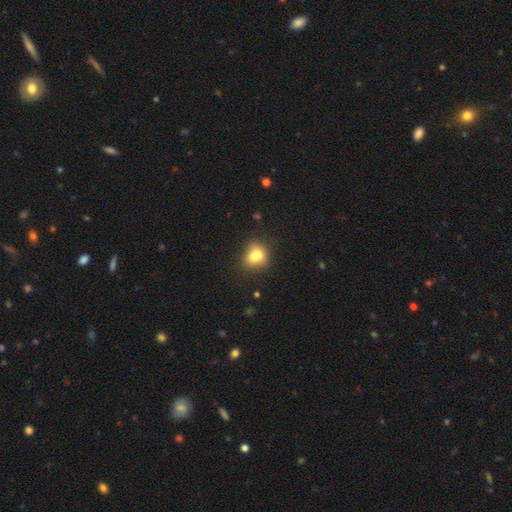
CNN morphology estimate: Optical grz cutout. It shows a smooth galaxy with no disk features (72%) that is round (55%). Merging: none (45%).